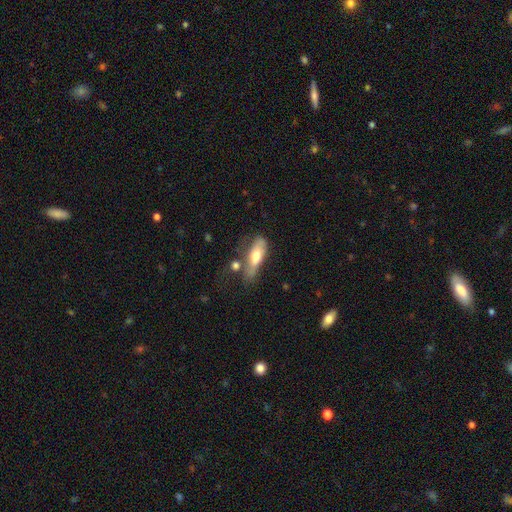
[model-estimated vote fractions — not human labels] Smooth or featured?
  - smooth: 62% *
  - featured or disk: 31%
  - star or artifact: 7%
How rounded?
  - in between: 64% *
  - cigar-shaped: 33%
  - round: 3%
Merging?
  - none: 37% *
  - minor disturbance: 27%
  - major disturbance: 18%
  - merger: 17%